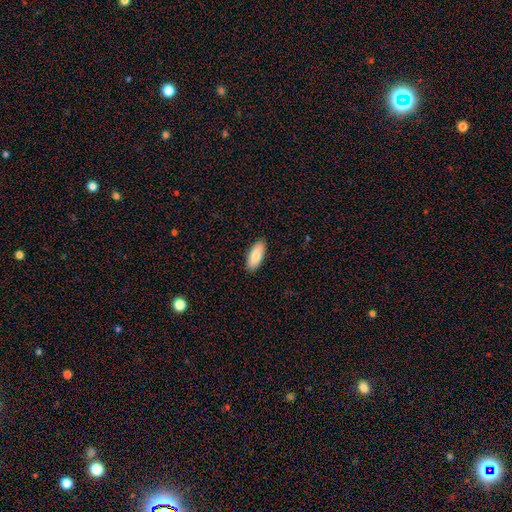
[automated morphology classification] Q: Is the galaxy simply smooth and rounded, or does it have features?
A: smooth — 82%.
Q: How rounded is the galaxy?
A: in between — 85%.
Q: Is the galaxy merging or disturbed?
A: none — 90%.